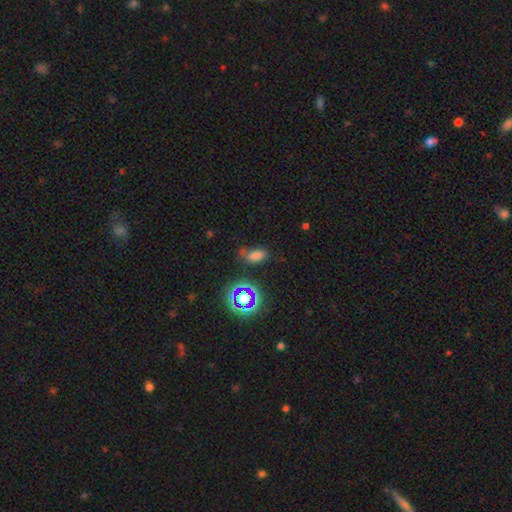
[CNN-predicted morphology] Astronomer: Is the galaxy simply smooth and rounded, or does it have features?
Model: smooth — 66%.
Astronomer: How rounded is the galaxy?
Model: in between — 83%.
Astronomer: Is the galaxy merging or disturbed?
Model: none — 63%.